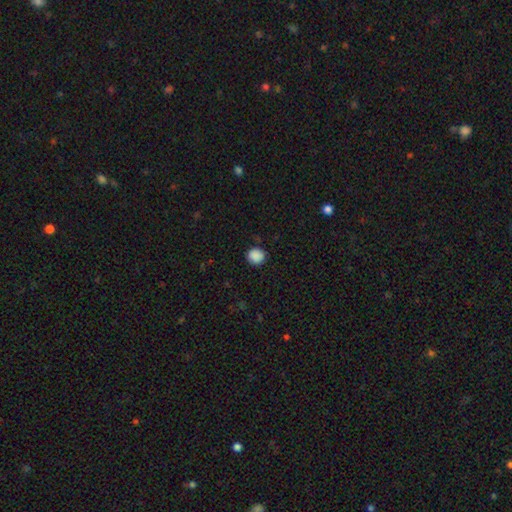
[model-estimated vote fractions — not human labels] Smooth or featured? smooth (89%)
How rounded? round (85%)
Merging? none (87%)